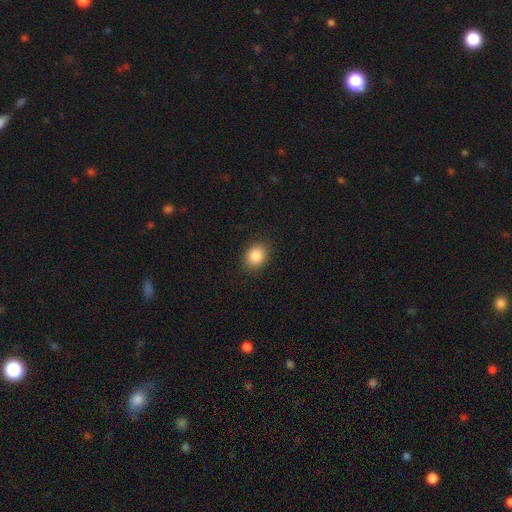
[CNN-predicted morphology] Smooth or featured? Predicted: smooth (p=0.87). How rounded? Predicted: in between (p=0.53). Merging? Predicted: none (p=0.88).